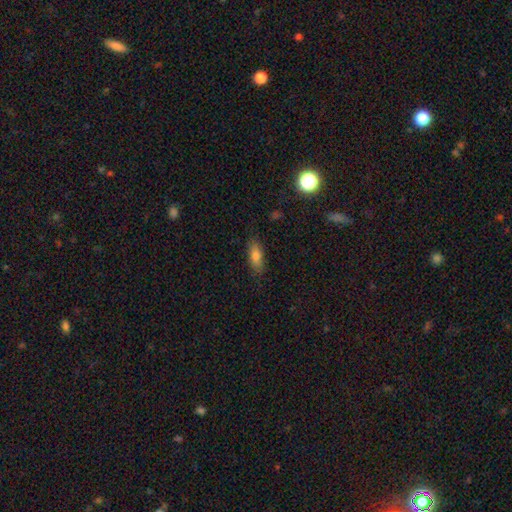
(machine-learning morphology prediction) smooth_or_featured: smooth (p=0.79) [alt: featured or disk p=0.13]
how_rounded: in between (p=0.77) [alt: cigar-shaped p=0.20]
merging: none (p=0.82) [alt: minor disturbance p=0.13]